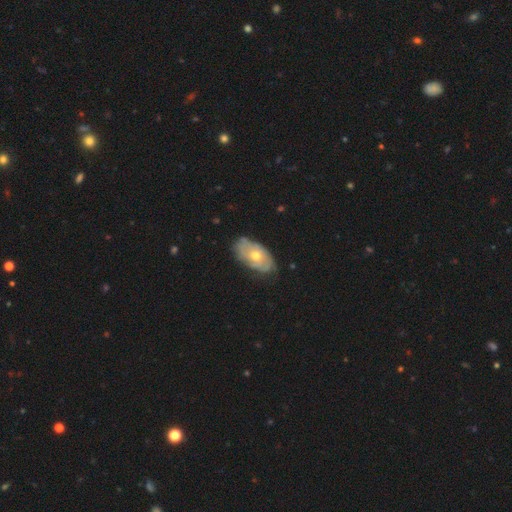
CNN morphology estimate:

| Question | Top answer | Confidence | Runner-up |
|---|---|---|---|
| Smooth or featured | featured or disk | 55% | smooth (39%) |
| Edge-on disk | no | 90% | yes (10%) |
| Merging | none | 71% | minor disturbance (23%) |